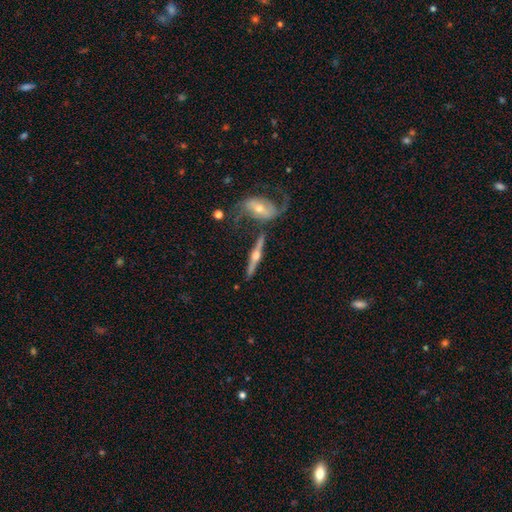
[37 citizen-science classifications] This is clearly a featured or disk galaxy (86%). It is clearly viewed edge-on (81%). Edge-on bulge: clearly rounded (100%). Merging: possibly none (53%).